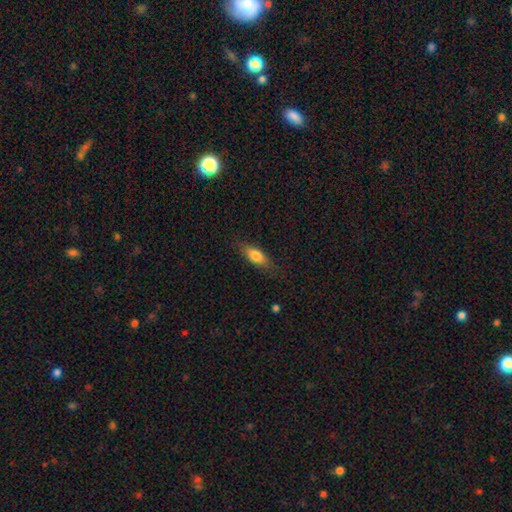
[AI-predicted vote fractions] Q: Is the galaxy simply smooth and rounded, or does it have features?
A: smooth — 75%.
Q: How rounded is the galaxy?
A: in between — 70%.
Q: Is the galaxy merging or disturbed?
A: none — 78%.